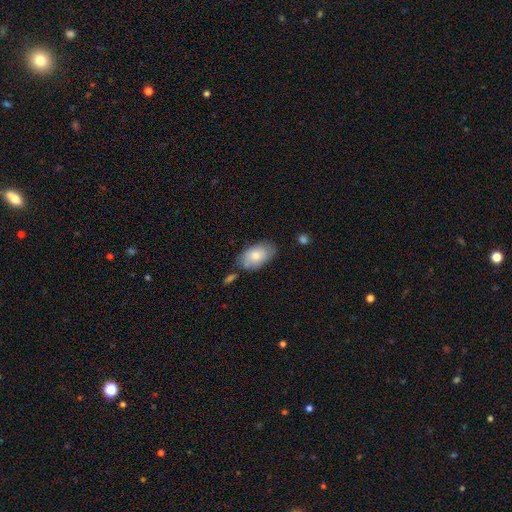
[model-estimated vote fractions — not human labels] smooth 73%, featured or disk 21%, star or artifact 6%. Down the decision tree: how rounded — in between (93%); merging — none (66%).